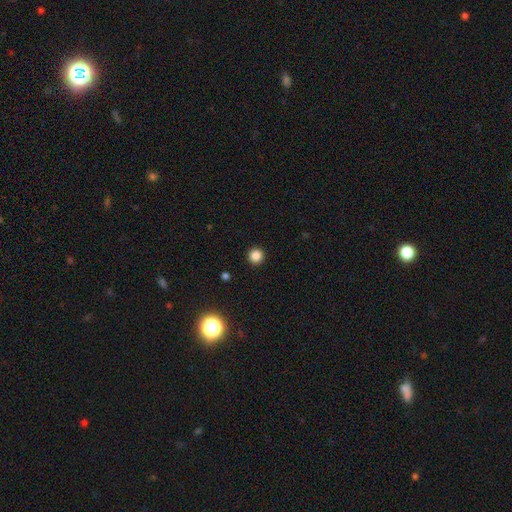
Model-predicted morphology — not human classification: This is clearly a smooth galaxy (85%). How rounded: clearly round (95%). Merging: clearly none (93%).